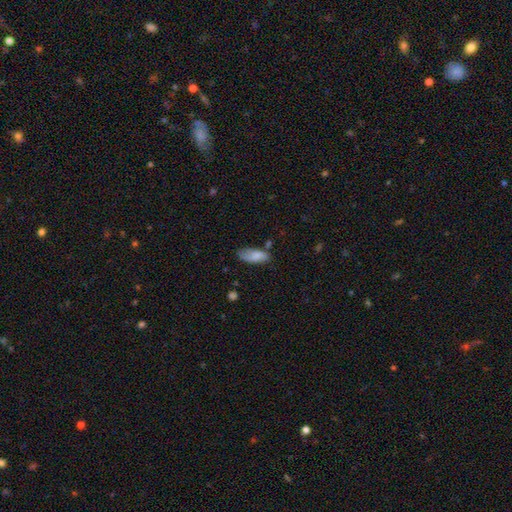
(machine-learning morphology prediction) Smooth or featured? Predicted: smooth (p=0.77). How rounded? Predicted: in between (p=0.84). Merging? Predicted: none (p=0.55).